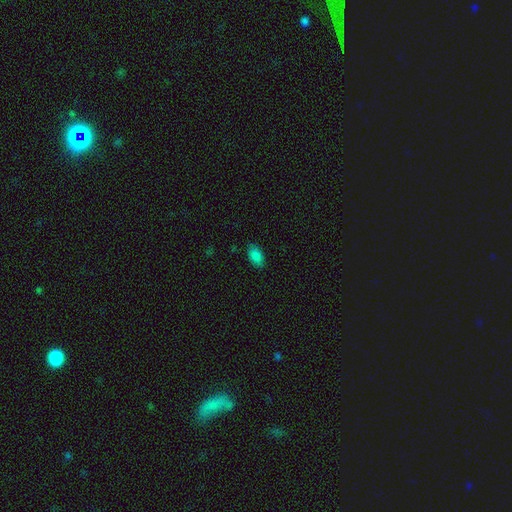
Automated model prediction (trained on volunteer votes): smooth-or-featured: smooth: 85% | star or artifact: 9% | featured or disk: 6%
  how-rounded: in between: 93% | round: 4% | cigar-shaped: 3%
  merging: none: 85% | minor disturbance: 11% | major disturbance: 2% | merger: 1%